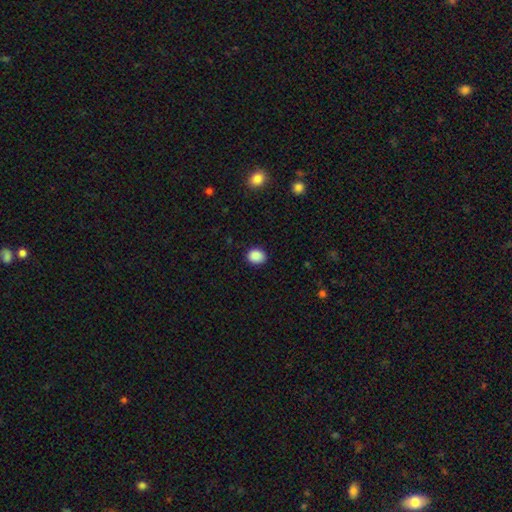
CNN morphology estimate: Smooth or featured? smooth (89%)
How rounded? round (58%)
Merging? none (89%)